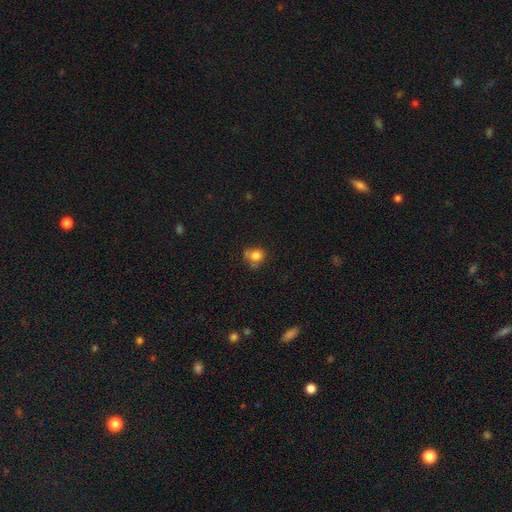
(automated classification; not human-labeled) This appears to be a smooth galaxy with no disk features (79%) that is round (76%). Merging: none (53%).